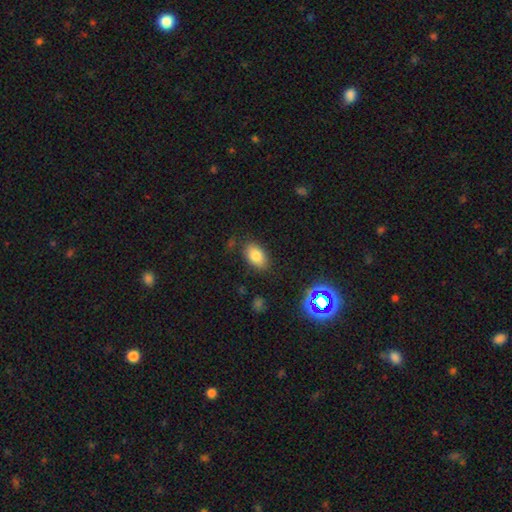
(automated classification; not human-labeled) Smooth or featured: smooth — 81% (star or artifact — 10%)
How rounded: in between — 90% (round — 8%)
Merging: none — 81% (minor disturbance — 13%)